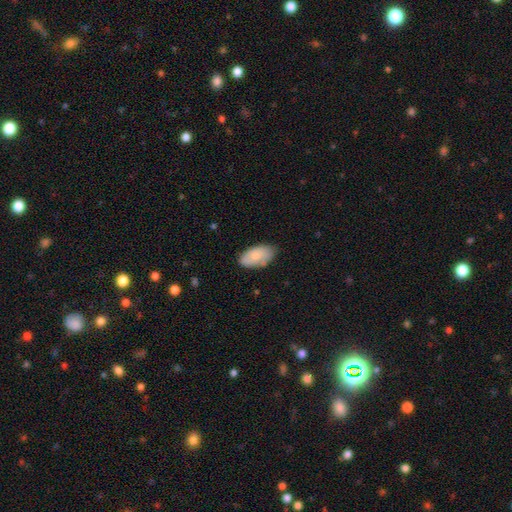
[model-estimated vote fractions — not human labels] This is clearly a smooth galaxy (80%). How rounded: clearly in between (95%). Merging: likely none (72%).